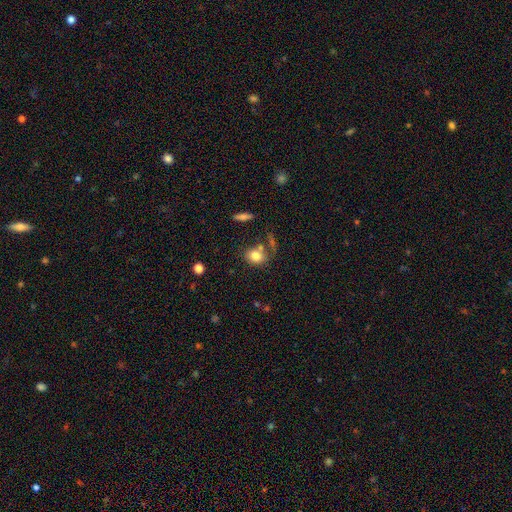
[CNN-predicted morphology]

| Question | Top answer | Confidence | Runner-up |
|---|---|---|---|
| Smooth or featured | smooth | 81% | featured or disk (10%) |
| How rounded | in between | 53% | round (46%) |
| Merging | none | 59% | merger (19%) |